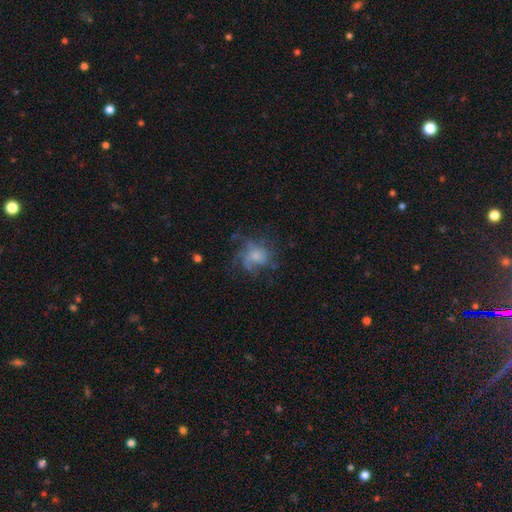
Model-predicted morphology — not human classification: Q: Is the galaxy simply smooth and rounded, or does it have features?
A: featured or disk — 56%.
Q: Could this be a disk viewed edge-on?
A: no — 97%.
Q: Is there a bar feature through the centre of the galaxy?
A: no — 80%.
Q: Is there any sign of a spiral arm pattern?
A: yes — 72%.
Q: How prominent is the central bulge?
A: small — 40%.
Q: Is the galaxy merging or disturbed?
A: none — 52%.